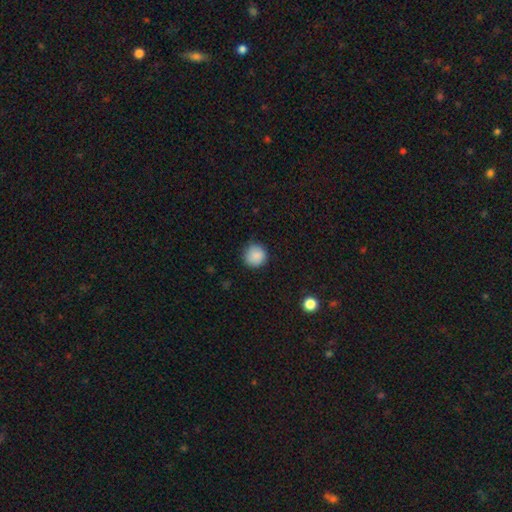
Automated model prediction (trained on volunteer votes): smooth-or-featured: smooth: 88% | star or artifact: 9% | featured or disk: 3%
  how-rounded: round: 94% | in between: 5% | cigar-shaped: 1%
  merging: none: 84% | minor disturbance: 12% | major disturbance: 3% | merger: 1%